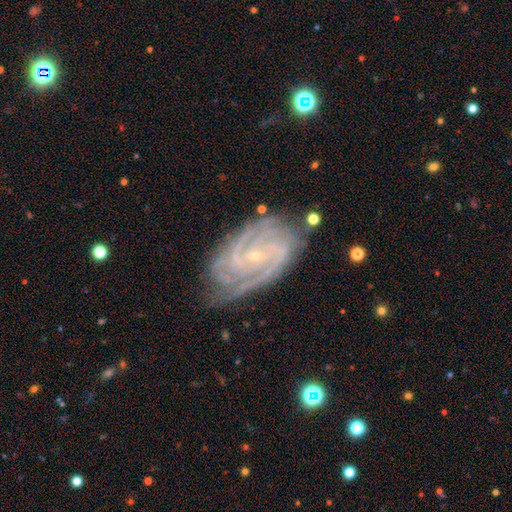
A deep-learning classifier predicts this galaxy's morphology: A featured or disk galaxy (90%) with no bar (53%), 3 (23%, tied with 2) tight (71%) spiral arms (98%) and a small central bulge (86%). Merging: none (72%).